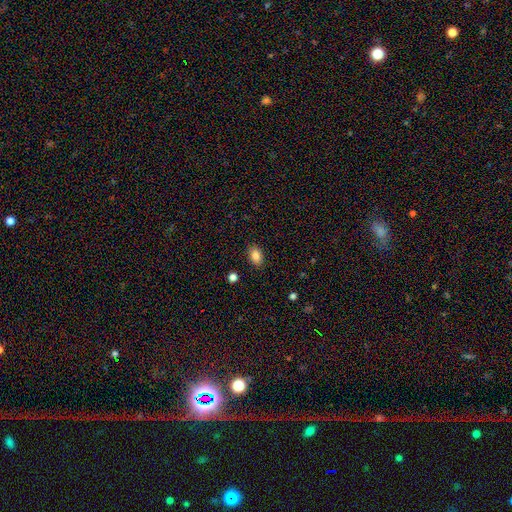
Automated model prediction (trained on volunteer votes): Smooth or featured? Predicted: smooth (p=0.85). How rounded? Predicted: in between (p=0.84). Merging? Predicted: none (p=0.88).